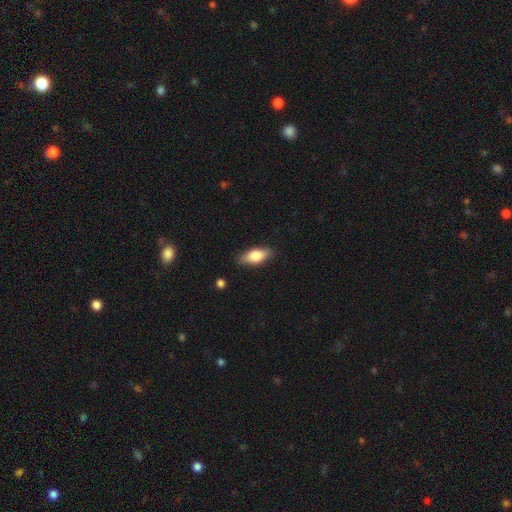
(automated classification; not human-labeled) Smooth or featured: smooth — 78% (featured or disk — 15%)
How rounded: in between — 84% (cigar-shaped — 13%)
Merging: none — 85% (minor disturbance — 11%)